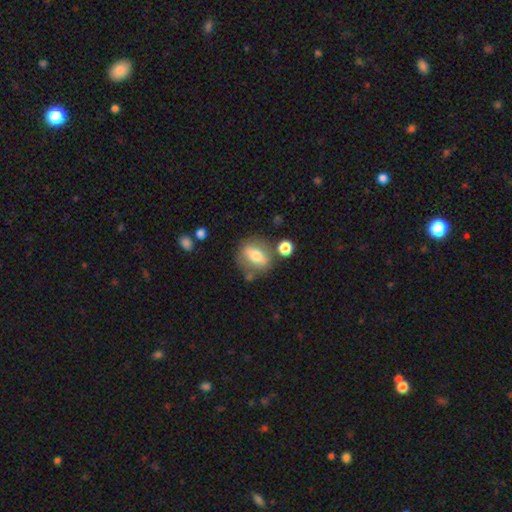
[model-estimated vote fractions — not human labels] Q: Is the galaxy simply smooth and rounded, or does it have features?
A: smooth — 53%.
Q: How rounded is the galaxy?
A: in between — 52%.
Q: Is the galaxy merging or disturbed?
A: none — 73%.